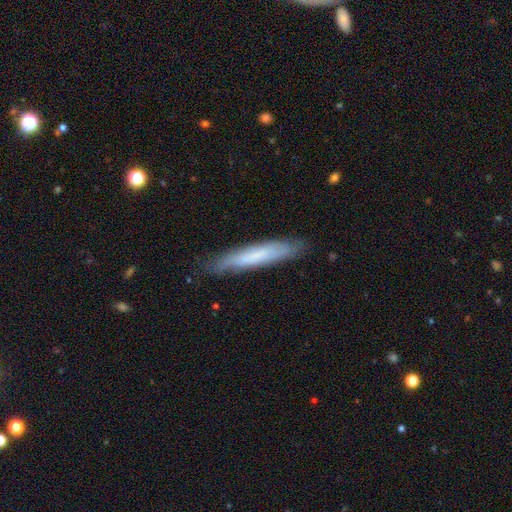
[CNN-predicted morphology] Overall: smooth (62%; featured or disk 31%). How rounded: cigar-shaped (90%). Merging: none (82%).